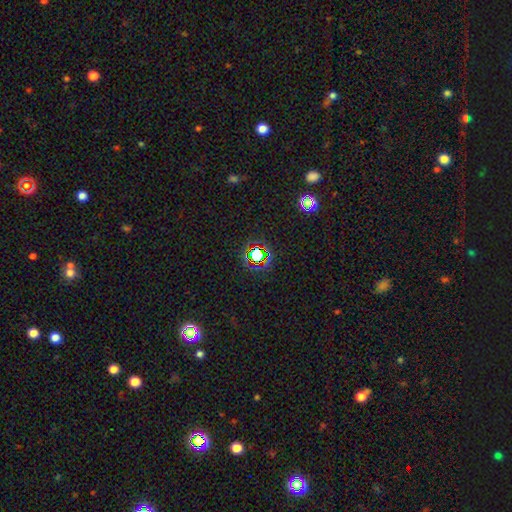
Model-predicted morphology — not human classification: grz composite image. It shows a star or artifact, not a galaxy (70%).